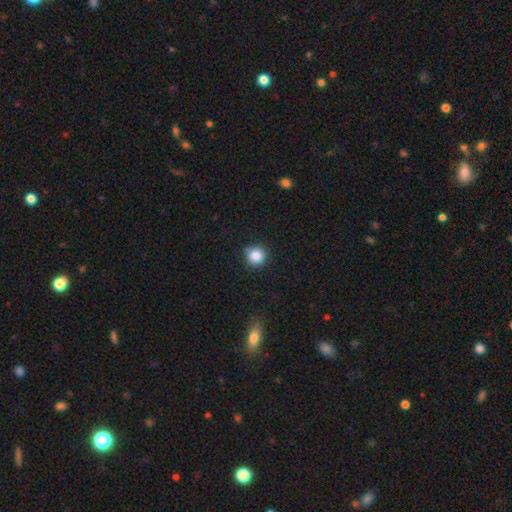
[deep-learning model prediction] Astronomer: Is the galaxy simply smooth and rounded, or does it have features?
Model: smooth — 85%.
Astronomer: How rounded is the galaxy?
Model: round — 93%.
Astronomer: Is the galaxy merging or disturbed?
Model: none — 82%.